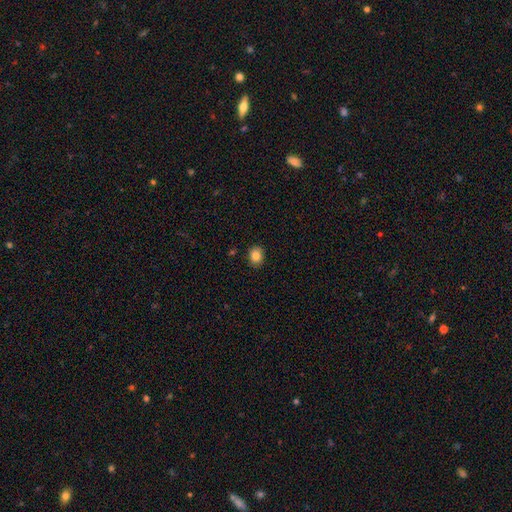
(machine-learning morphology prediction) Smooth or featured? smooth (85%)
How rounded? round (54%)
Merging? none (88%)